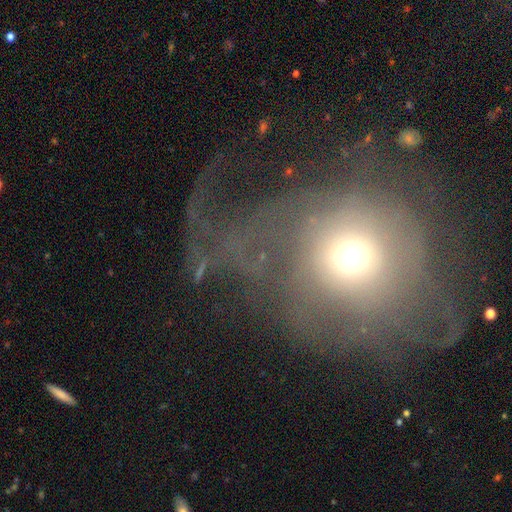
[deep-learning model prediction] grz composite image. It shows a featured or disk galaxy (41%). Merging: major disturbance (55%).